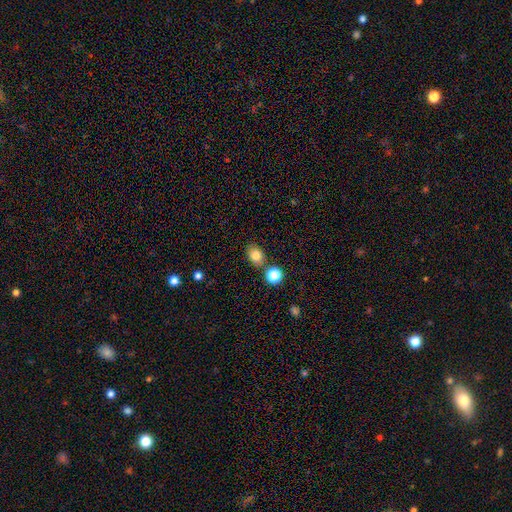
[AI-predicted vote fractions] smooth-or-featured: smooth: 82% | star or artifact: 11% | featured or disk: 7%
  how-rounded: in between: 51% | round: 48% | cigar-shaped: 1%
  merging: none: 73% | merger: 13% | minor disturbance: 11% | major disturbance: 3%